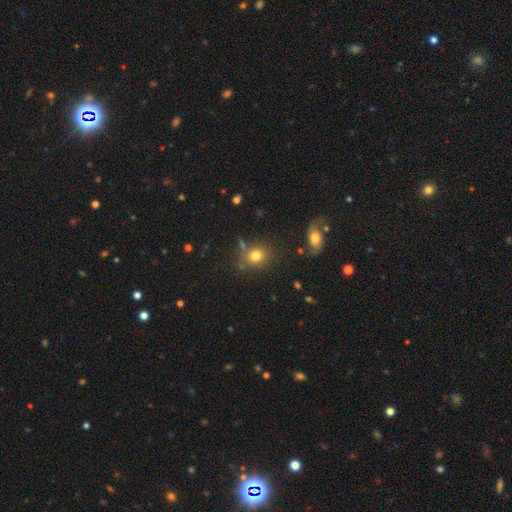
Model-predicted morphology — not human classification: Smooth or featured? Predicted: smooth (p=0.78). How rounded? Predicted: round (p=0.64). Merging? Predicted: none (p=0.74).